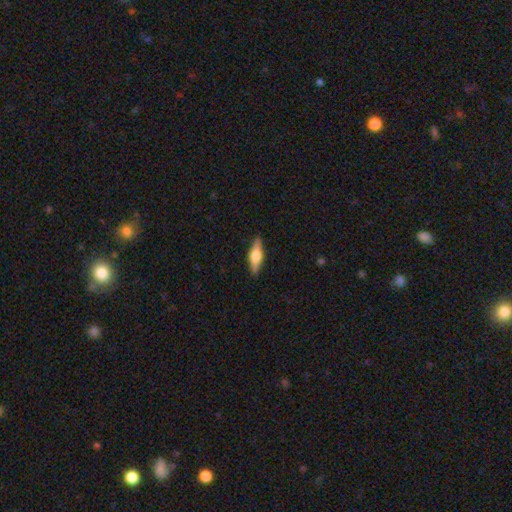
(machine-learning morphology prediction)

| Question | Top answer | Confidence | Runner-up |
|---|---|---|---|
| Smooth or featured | featured or disk | 52% | smooth (41%) |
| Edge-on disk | yes | 95% | no (5%) |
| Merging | none | 89% | minor disturbance (8%) |